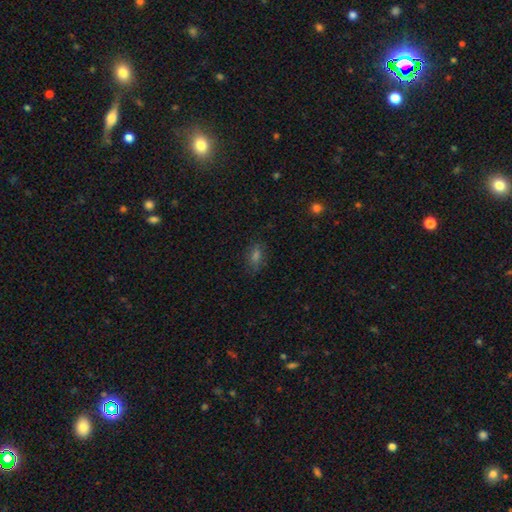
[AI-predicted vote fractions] smooth-or-featured: smooth: 57% | star or artifact: 30% | featured or disk: 13%
  how-rounded: in between: 77% | round: 14% | cigar-shaped: 9%
  merging: none: 79% | minor disturbance: 14% | major disturbance: 5% | merger: 2%